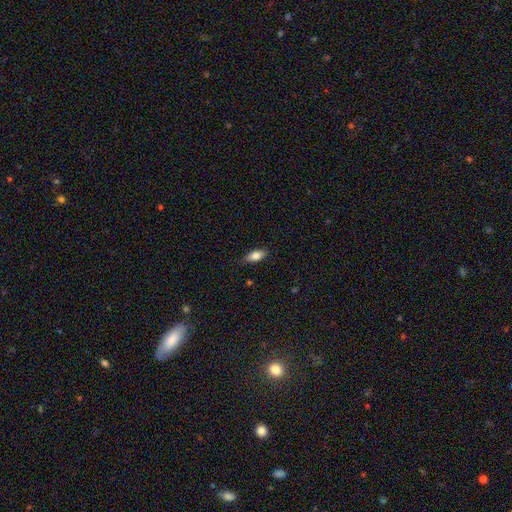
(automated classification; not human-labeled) Morphology: type=smooth (78%); roundness=in between (82%); merging=none (84%).